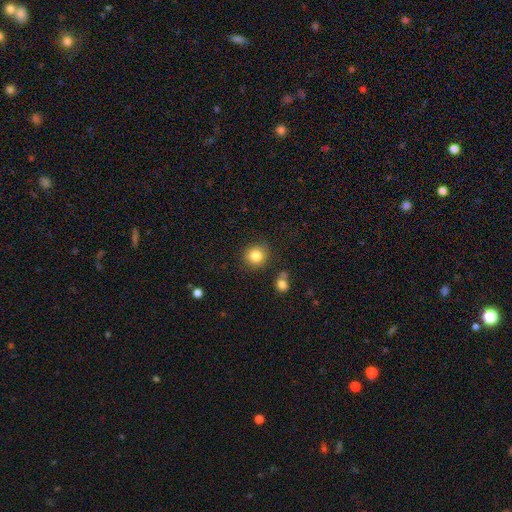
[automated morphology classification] This is clearly a smooth galaxy (83%). How rounded: clearly round (90%). Merging: clearly none (85%).